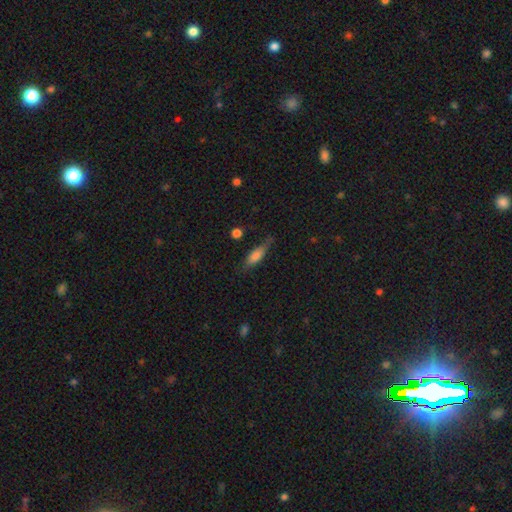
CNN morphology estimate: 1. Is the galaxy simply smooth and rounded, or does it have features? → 69% smooth, 23% featured or disk, 8% star or artifact.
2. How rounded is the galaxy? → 52% cigar-shaped, 45% in between, 3% round.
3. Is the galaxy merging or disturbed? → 68% none, 23% minor disturbance, 6% major disturbance, 3% merger.